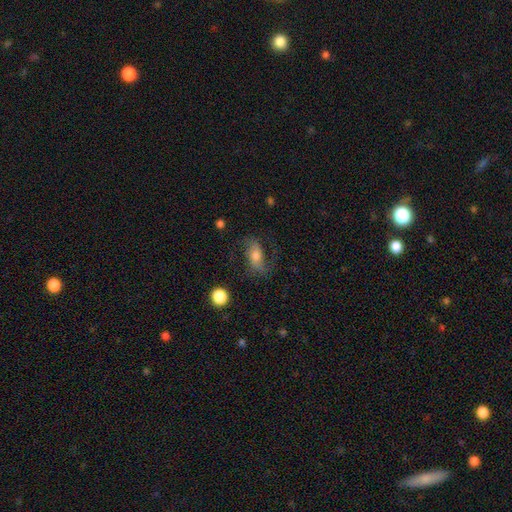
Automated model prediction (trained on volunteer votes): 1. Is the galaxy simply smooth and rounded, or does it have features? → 54% featured or disk, 37% smooth, 9% star or artifact.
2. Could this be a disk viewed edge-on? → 90% no, 10% yes.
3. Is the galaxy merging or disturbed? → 66% none, 18% minor disturbance, 14% major disturbance, 2% merger.